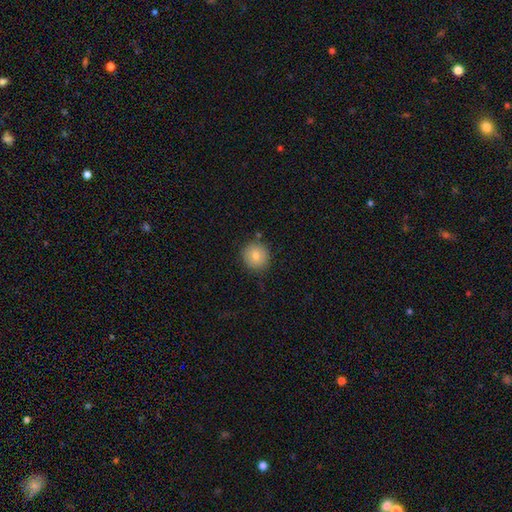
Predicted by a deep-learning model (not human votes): Morphology: type=smooth (76%); roundness=round (93%); merging=none (86%).